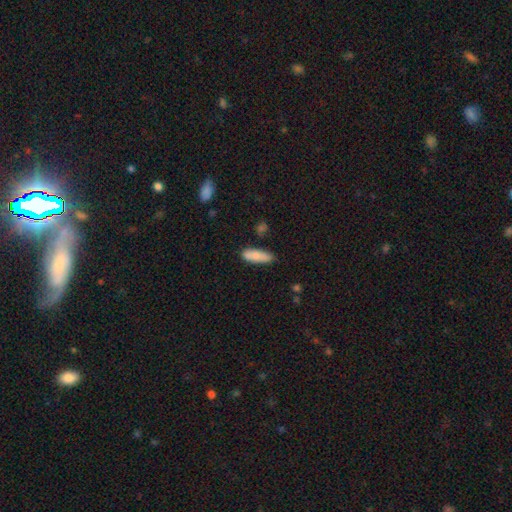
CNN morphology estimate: This is clearly a smooth galaxy (83%). How rounded: possibly in between (56%). Merging: likely none (72%).